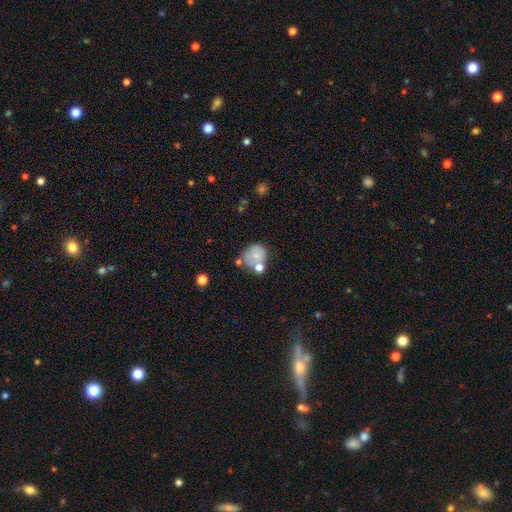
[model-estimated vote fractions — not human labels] The model was most divided on "merging": none: 41%, merger: 25%, minor disturbance: 21%, major disturbance: 13%. More confident: how rounded — round (73%); smooth or featured — smooth (69%).